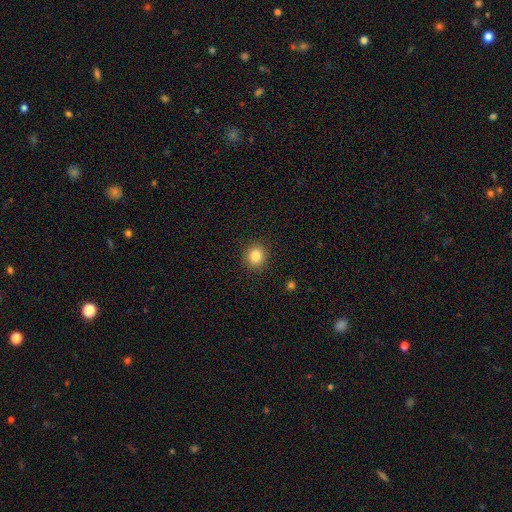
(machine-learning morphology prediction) Smooth or featured: smooth — 84% (star or artifact — 11%)
How rounded: round — 85% (in between — 14%)
Merging: none — 91% (minor disturbance — 6%)